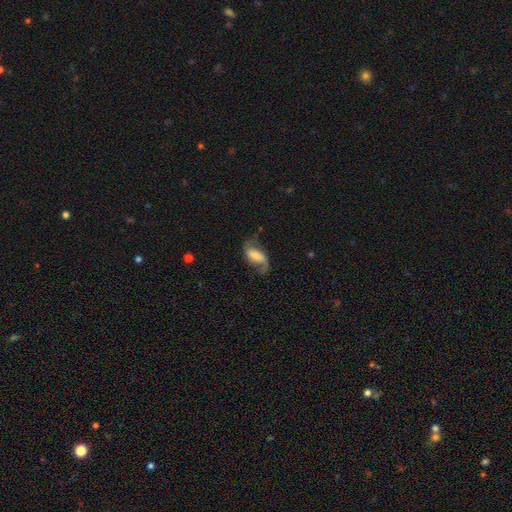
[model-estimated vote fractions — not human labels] A featured or disk galaxy (67%) with a weak bar (41%), 2 (86%) loose (65%) spiral arms (91%) and a small central bulge (28%).

Vote fractions:
- Smooth or featured? featured or disk: 67% / smooth: 25% / star or artifact: 7%
- Edge-on disk? no: 96% / yes: 4%
- Bar? weak: 41% / strong: 30% / no: 29%
- Spiral arms? yes: 91% / no: 9%
- Spiral winding? loose: 65% / medium: 28% / tight: 8%
- Spiral arm count? 2: 86% / 1: 8% / can't tell: 4% / 3: 1% / 4: 1% / more than 4: 1%
- Bulge size? small: 28% / moderate: 27% / large: 20% / none: 20% / dominant: 5%
- Merging? none: 60% / minor disturbance: 21% / major disturbance: 16% / merger: 2%